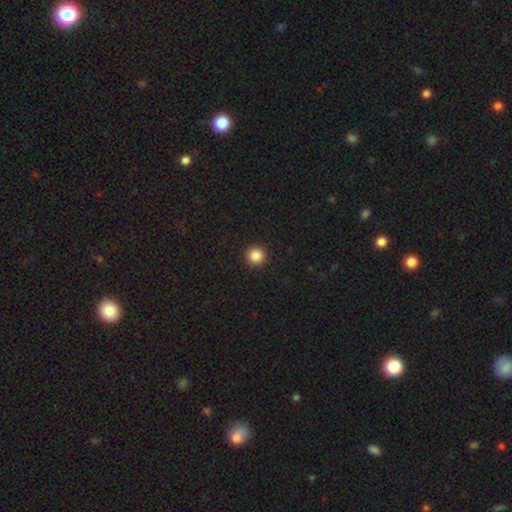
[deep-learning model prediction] Smooth or featured: smooth — 86% (star or artifact — 10%)
How rounded: round — 96% (in between — 3%)
Merging: none — 94% (minor disturbance — 4%)